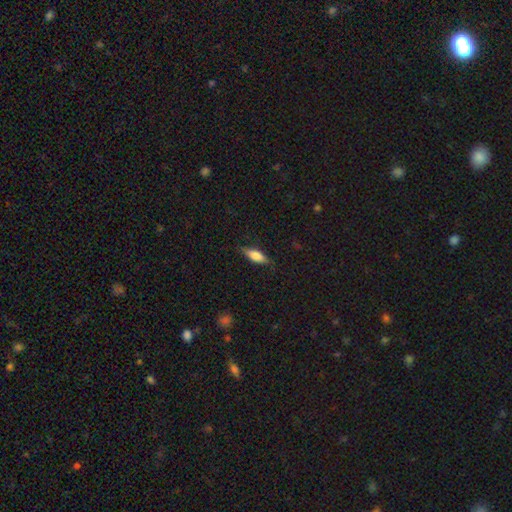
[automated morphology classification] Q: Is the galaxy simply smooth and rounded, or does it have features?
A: smooth — 69%.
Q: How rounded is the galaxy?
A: in between — 61%.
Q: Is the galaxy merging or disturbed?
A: none — 81%.